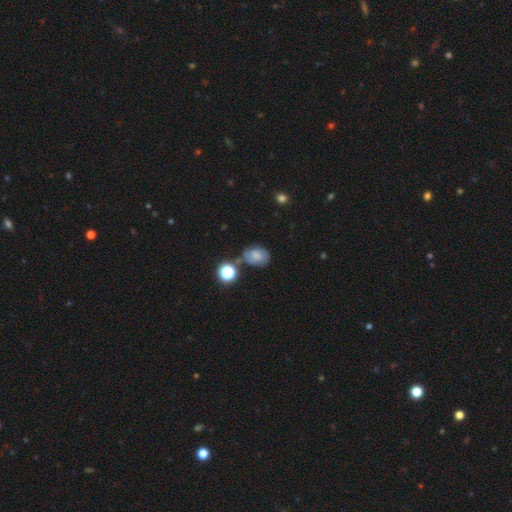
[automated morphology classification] This appears to be a smooth galaxy with no disk features (69%) that is in between round and cigar-shaped (68%). Merging: none (60%).